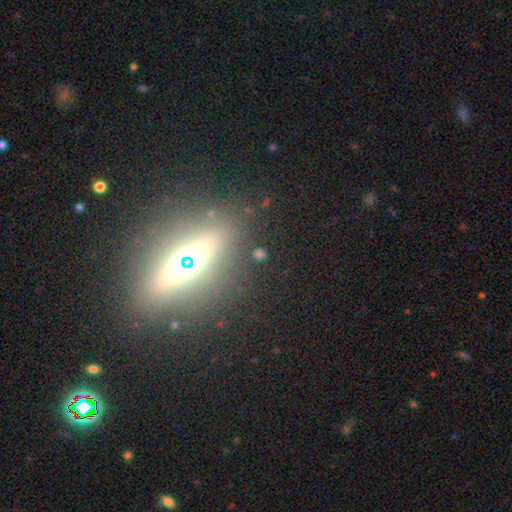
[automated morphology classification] smooth-or-featured: star or artifact: 38% | featured or disk: 36% | smooth: 26%